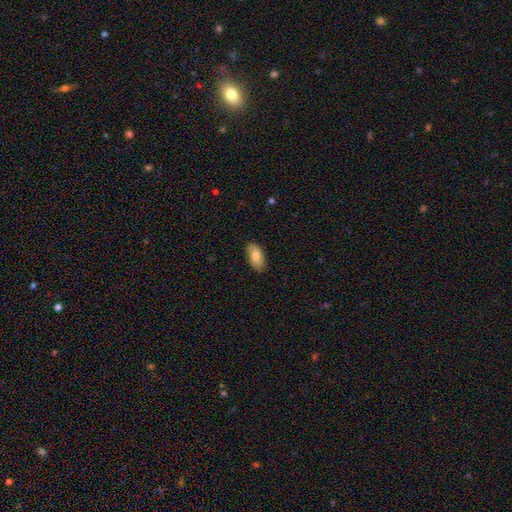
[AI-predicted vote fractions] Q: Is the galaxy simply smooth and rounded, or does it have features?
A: smooth — 78%.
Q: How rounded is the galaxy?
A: in between — 92%.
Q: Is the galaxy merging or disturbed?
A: none — 84%.